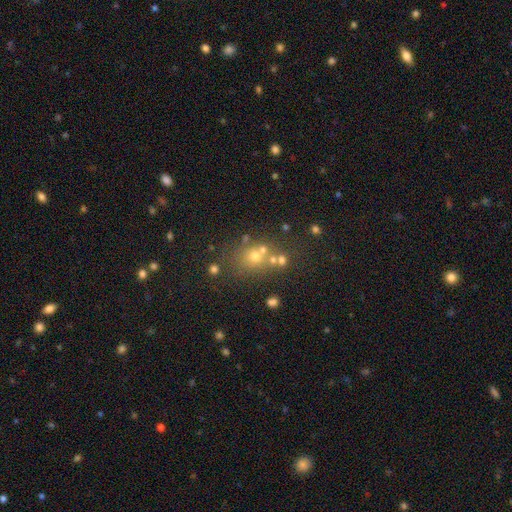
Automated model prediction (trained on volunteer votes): Smooth or featured? smooth (53%)
How rounded? round (70%)
Merging? none (58%)